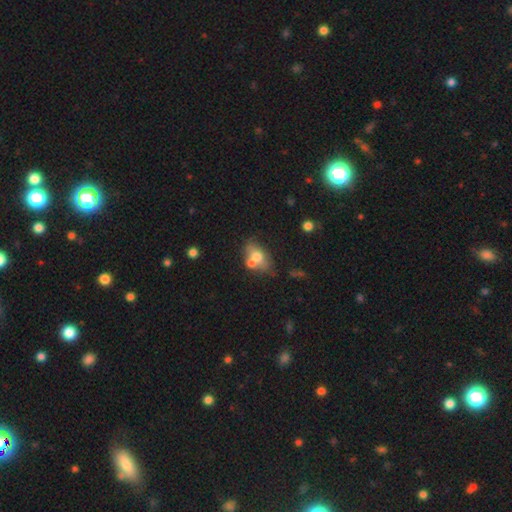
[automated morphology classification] The model was most divided on "merging": none: 43%, merger: 39%, minor disturbance: 13%, major disturbance: 5%. More confident: how rounded — in between (74%); smooth or featured — smooth (60%).